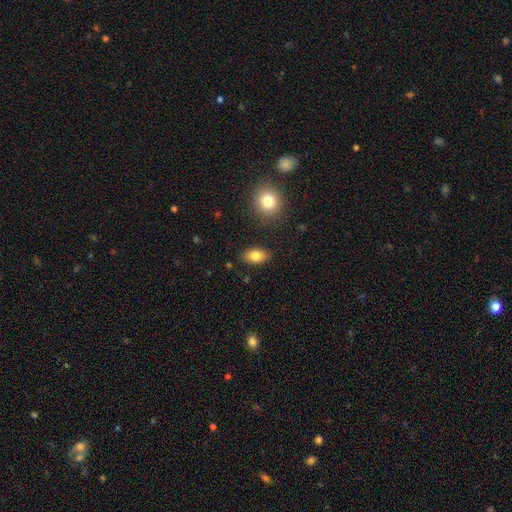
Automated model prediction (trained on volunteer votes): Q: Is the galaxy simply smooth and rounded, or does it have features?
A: smooth — 82%.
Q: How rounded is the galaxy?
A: in between — 86%.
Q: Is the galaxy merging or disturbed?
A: none — 84%.